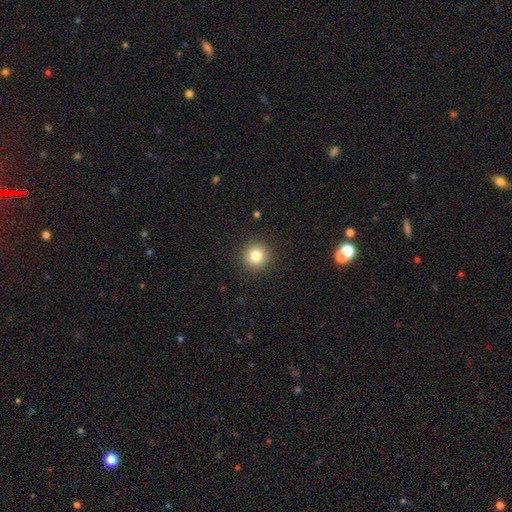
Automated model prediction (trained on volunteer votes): smooth_or_featured: smooth (p=0.82) [alt: star or artifact p=0.12]
how_rounded: round (p=0.94) [alt: in between p=0.05]
merging: none (p=0.91) [alt: minor disturbance p=0.06]